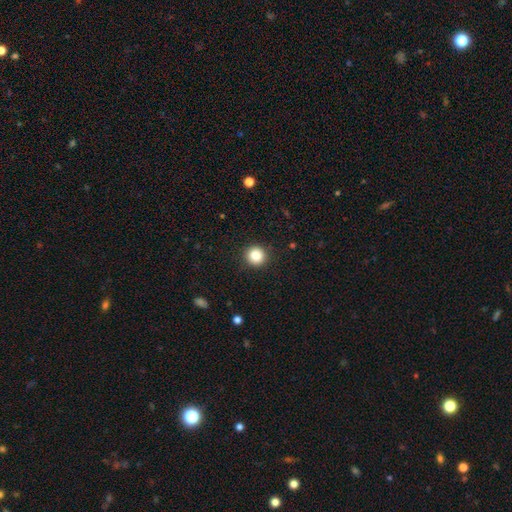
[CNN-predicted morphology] This appears to be a smooth galaxy with no disk features (85%) that is round (94%). Merging: none (92%).